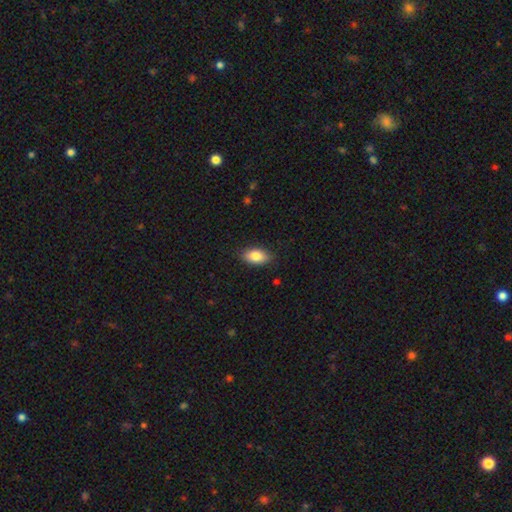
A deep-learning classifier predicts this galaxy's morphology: A smooth galaxy with no disk features (84%) that is in between round and cigar-shaped (92%).

Vote fractions:
- Smooth or featured? smooth: 84% / featured or disk: 9% / star or artifact: 7%
- How rounded? in between: 92% / round: 5% / cigar-shaped: 3%
- Merging? none: 87% / minor disturbance: 10% / major disturbance: 2% / merger: 1%